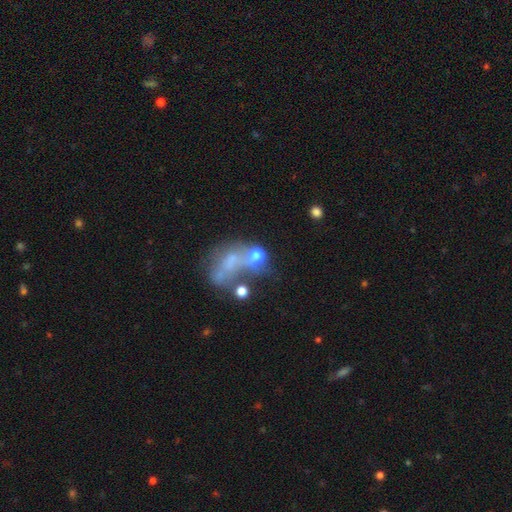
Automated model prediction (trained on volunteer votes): smooth_or_featured: smooth (p=0.52) [alt: featured or disk p=0.30]
how_rounded: in between (p=0.54) [alt: round p=0.44]
merging: merger (p=0.45) [alt: major disturbance p=0.27]